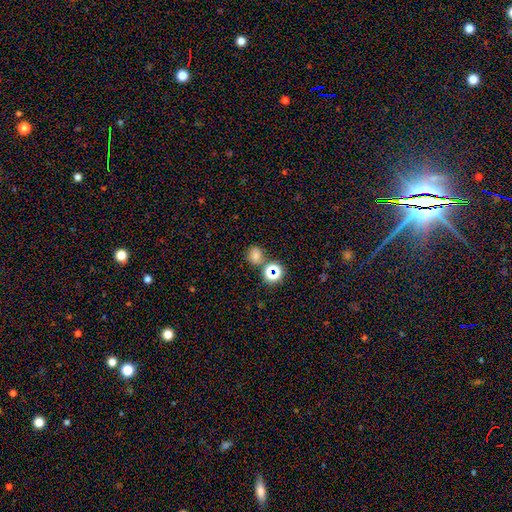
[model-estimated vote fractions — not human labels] smooth_or_featured: smooth (p=0.69) [alt: star or artifact p=0.24]
how_rounded: round (p=0.77) [alt: in between p=0.22]
merging: none (p=0.72) [alt: merger p=0.13]